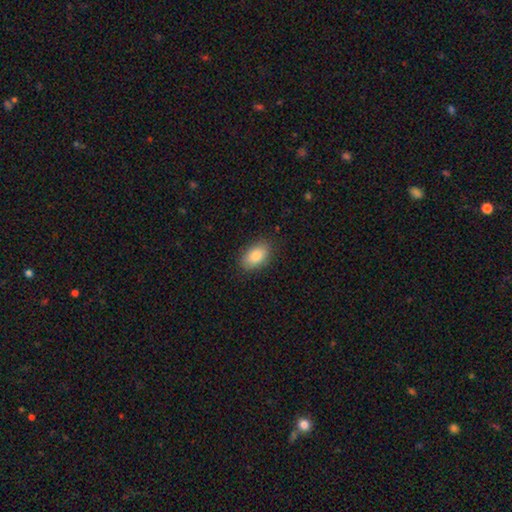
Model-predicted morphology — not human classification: Smooth or featured: smooth — 86% (star or artifact — 7%)
How rounded: in between — 91% (round — 7%)
Merging: none — 86% (minor disturbance — 10%)